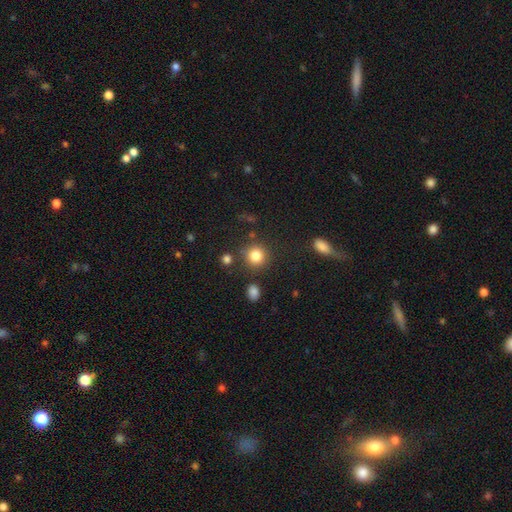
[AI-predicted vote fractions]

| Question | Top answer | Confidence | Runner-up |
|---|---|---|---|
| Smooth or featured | smooth | 83% | star or artifact (11%) |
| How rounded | round | 91% | in between (8%) |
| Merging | none | 83% | minor disturbance (9%) |